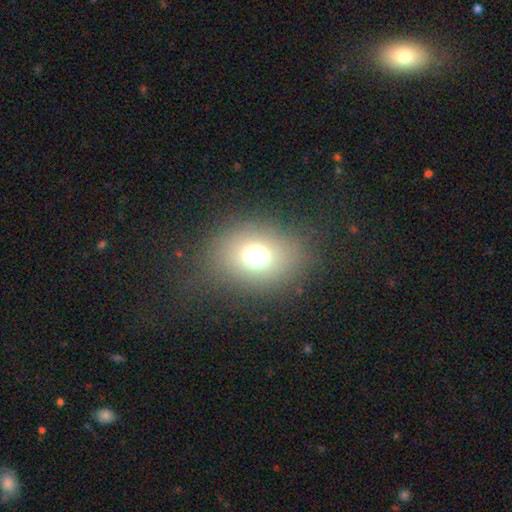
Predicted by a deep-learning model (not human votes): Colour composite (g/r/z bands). It shows a smooth galaxy with no disk features (67%) that is round (50%). Merging: none (80%).